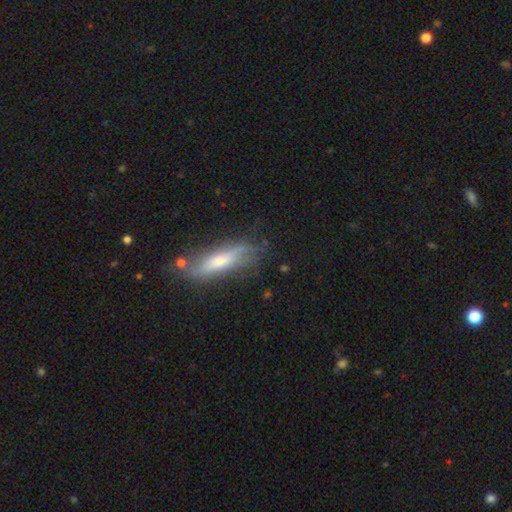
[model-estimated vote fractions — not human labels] The model was most divided on "smooth or featured": featured or disk: 45%, smooth: 42%, star or artifact: 13%. More confident: merging — none (74%).